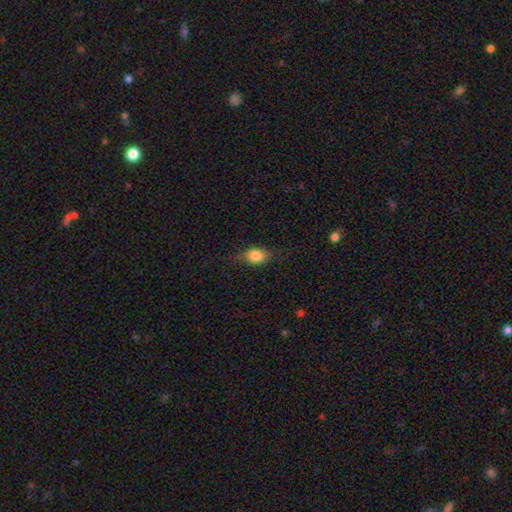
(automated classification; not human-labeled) This appears to be a smooth galaxy with no disk features (79%) that is in between round and cigar-shaped (65%). Merging: none (74%).